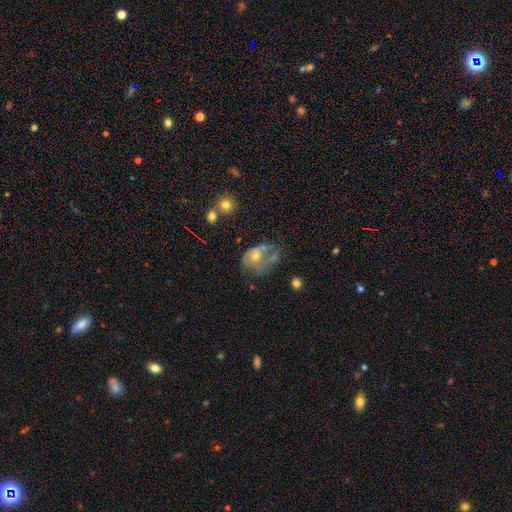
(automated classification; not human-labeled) Morphology: type=featured or disk (52%); edge-on=no (96%); bar=no (83%); spiral arms=no (61%); bulge=moderate (54%); merging=major disturbance (35%).